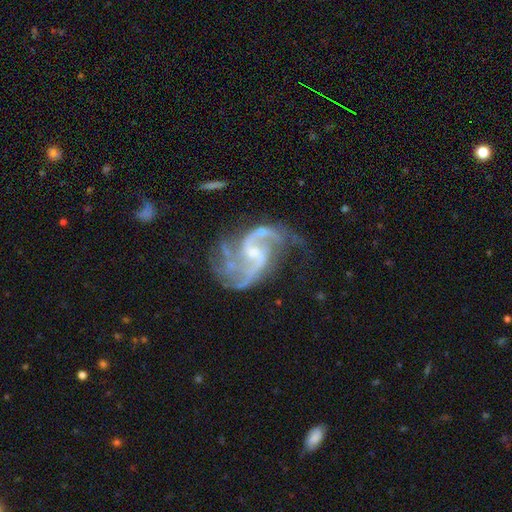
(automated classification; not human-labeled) smooth_or_featured: featured or disk (p=0.91) [alt: star or artifact p=0.06]
disk_edge_on: no (p=0.98) [alt: yes p=0.02]
bar: weak (p=0.43) [alt: no p=0.41]
has_spiral_arms: yes (p=0.98) [alt: no p=0.02]
spiral_winding: medium (p=0.45) [alt: loose p=0.42]
spiral_arm_count: 2 (p=0.61) [alt: 3 p=0.15]
bulge_size: small (p=0.70) [alt: moderate p=0.24]
merging: none (p=0.55) [alt: minor disturbance p=0.21]